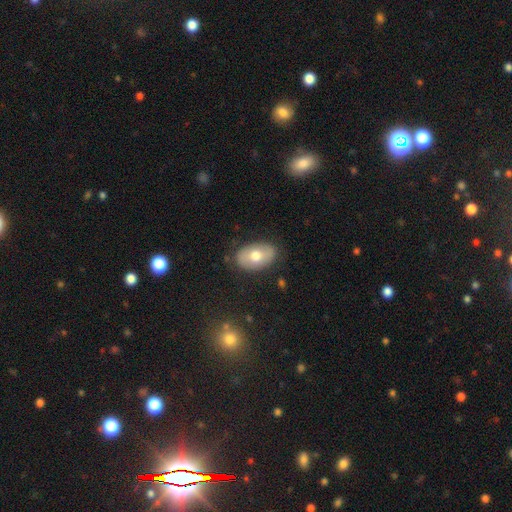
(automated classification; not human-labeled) Overall: smooth (65%; featured or disk 28%). How rounded: in between (89%). Merging: none (83%).